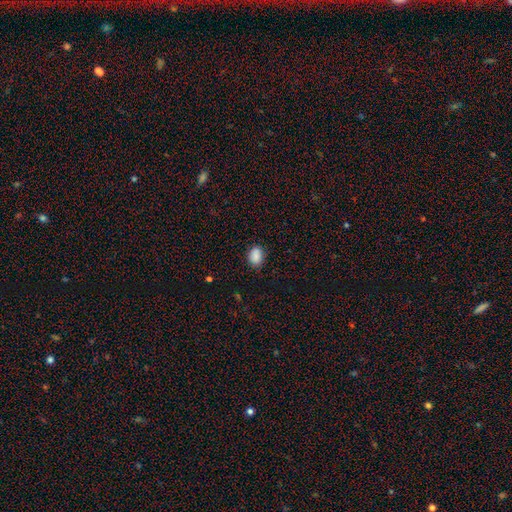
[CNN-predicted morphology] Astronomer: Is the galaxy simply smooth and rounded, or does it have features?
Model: smooth — 87%.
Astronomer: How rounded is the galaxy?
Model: in between — 72%.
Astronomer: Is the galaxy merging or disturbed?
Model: none — 82%.